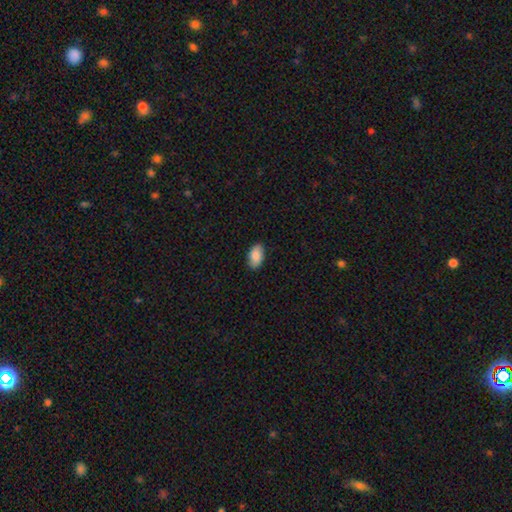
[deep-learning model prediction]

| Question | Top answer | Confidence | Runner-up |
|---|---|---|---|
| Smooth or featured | smooth | 86% | featured or disk (7%) |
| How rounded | in between | 94% | round (4%) |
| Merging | none | 87% | minor disturbance (10%) |